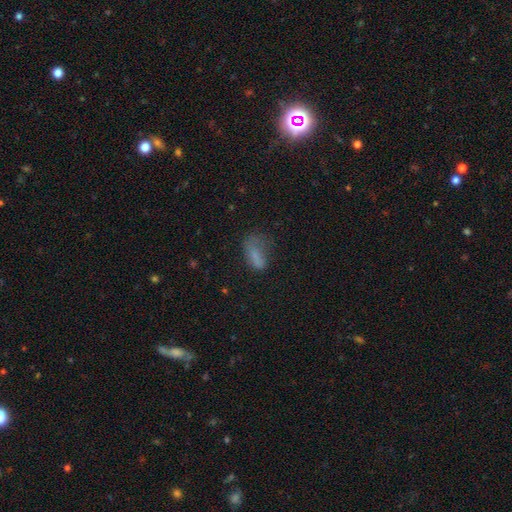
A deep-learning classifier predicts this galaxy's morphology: type=smooth (70%); roundness=in between (85%); merging=major disturbance (37%).